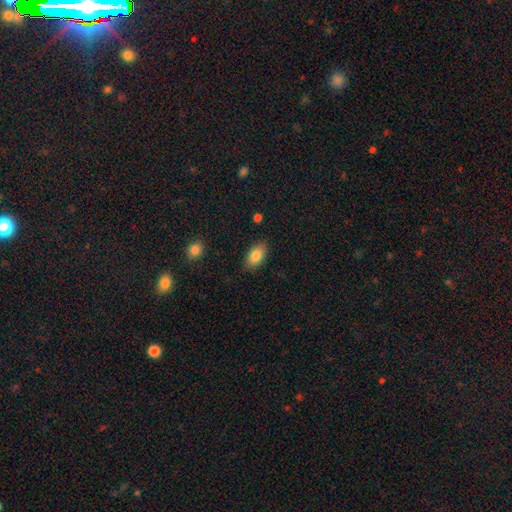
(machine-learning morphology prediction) Smooth or featured: smooth — 85% (featured or disk — 8%)
How rounded: in between — 91% (round — 6%)
Merging: none — 84% (minor disturbance — 12%)